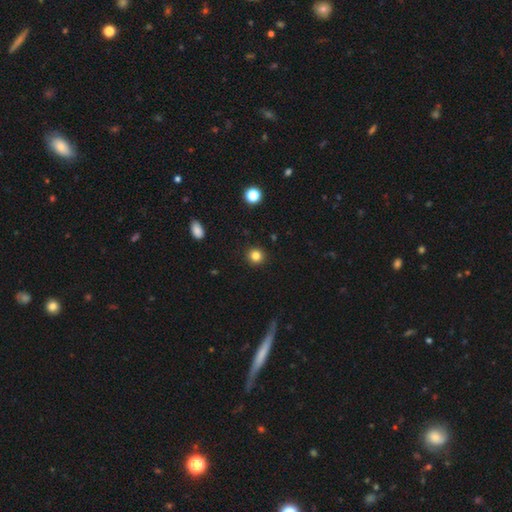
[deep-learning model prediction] Morphology: type=smooth (83%); roundness=round (92%); merging=none (92%).